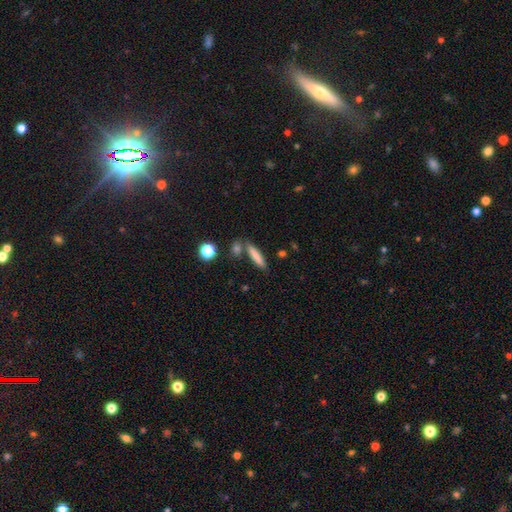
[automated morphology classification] Smooth or featured? smooth (80%)
How rounded? cigar-shaped (82%)
Merging? none (74%)